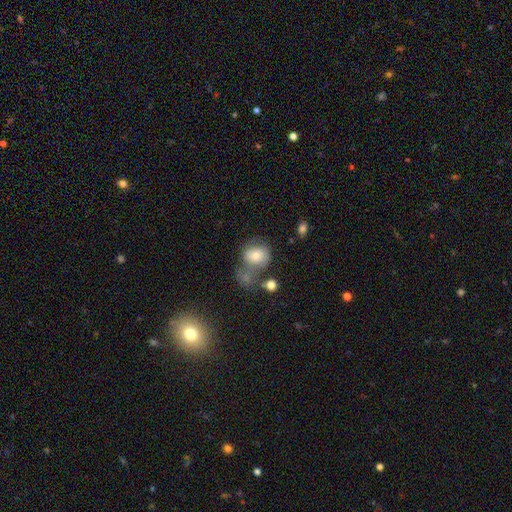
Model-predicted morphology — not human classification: Q: Smooth or featured?
A: smooth (72%); runner-up: featured or disk (18%)
Q: How rounded?
A: round (54%); runner-up: in between (45%)
Q: Merging?
A: none (36%); runner-up: merger (28%)